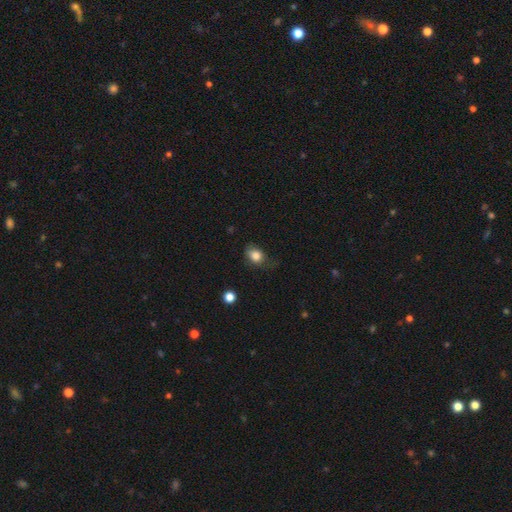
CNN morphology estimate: This appears to be a smooth galaxy with no disk features (83%) that is in between round and cigar-shaped (60%). Merging: none (59%).